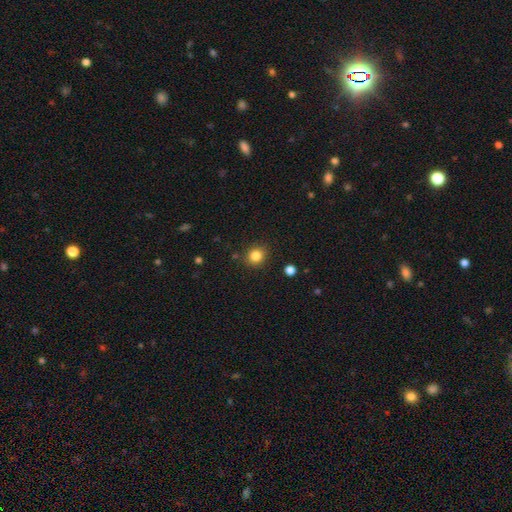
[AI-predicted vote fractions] Smooth or featured: smooth — 83% (star or artifact — 12%)
How rounded: round — 85% (in between — 14%)
Merging: none — 88% (minor disturbance — 8%)